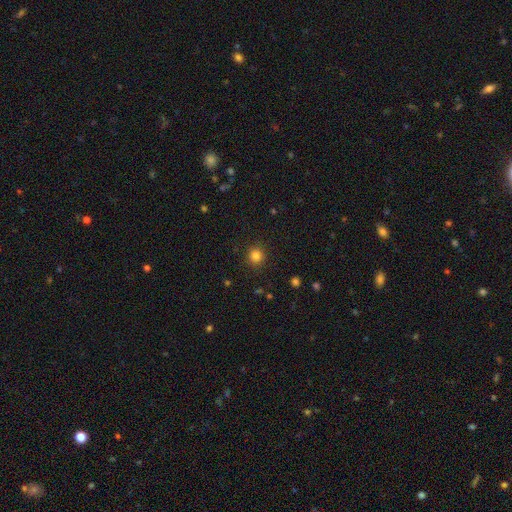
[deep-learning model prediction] Smooth or featured: smooth — 83% (star or artifact — 13%)
How rounded: round — 92% (in between — 7%)
Merging: none — 90% (minor disturbance — 6%)